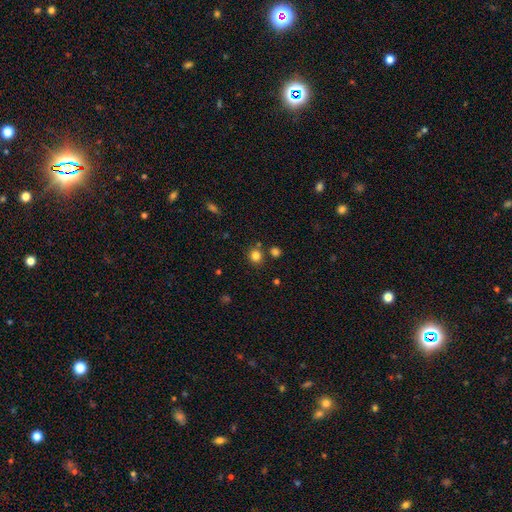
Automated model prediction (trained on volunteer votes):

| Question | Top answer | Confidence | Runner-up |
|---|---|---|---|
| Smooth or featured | smooth | 82% | star or artifact (14%) |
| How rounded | round | 87% | in between (12%) |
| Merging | none | 79% | merger (9%) |